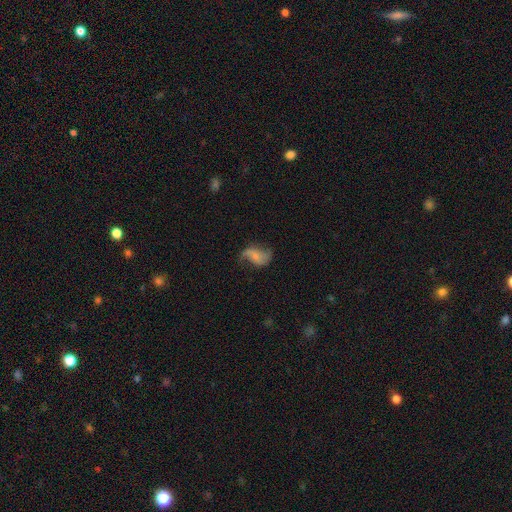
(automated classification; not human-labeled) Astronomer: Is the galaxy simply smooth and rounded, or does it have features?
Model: featured or disk — 64%.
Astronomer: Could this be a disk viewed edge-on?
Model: no — 97%.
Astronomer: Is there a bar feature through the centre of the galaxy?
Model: no — 50% (runner-up: weak, 35%).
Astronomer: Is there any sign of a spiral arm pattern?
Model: yes — 88%.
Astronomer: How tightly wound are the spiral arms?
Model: loose — 75%.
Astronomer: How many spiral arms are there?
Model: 2 — 83%.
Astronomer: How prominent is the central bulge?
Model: small — 60%.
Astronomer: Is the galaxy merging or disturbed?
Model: none — 54%.